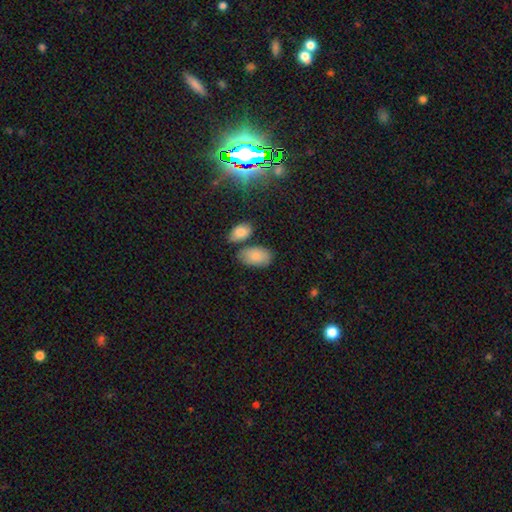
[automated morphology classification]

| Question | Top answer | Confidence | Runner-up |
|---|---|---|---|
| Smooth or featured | smooth | 85% | featured or disk (8%) |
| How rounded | in between | 94% | round (4%) |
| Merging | none | 64% | minor disturbance (17%) |